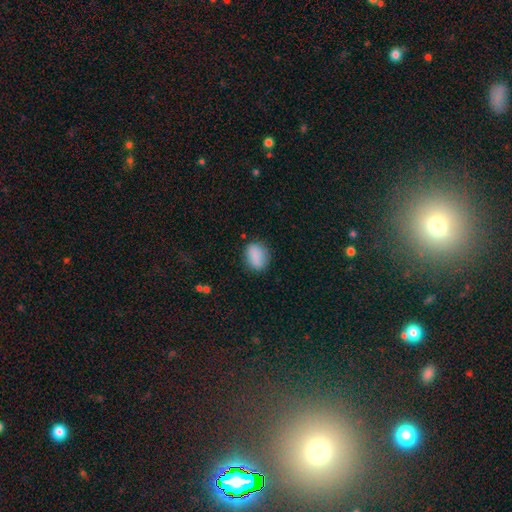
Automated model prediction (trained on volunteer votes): Smooth or featured: smooth — 85% (star or artifact — 8%)
How rounded: in between — 69% (round — 29%)
Merging: none — 78% (minor disturbance — 16%)